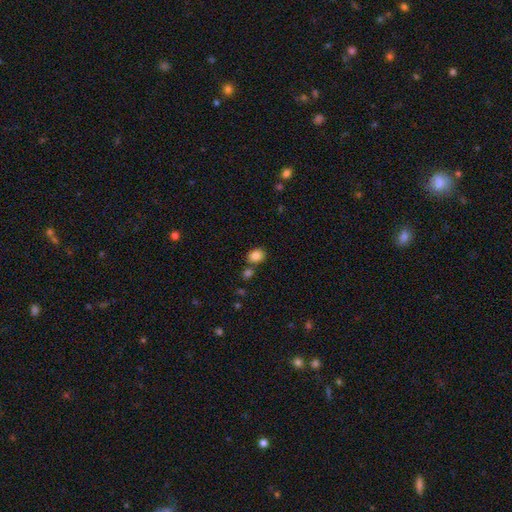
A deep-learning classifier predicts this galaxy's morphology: Smooth or featured?
  - smooth: 85% *
  - star or artifact: 10%
  - featured or disk: 6%
How rounded?
  - in between: 53% *
  - round: 46%
  - cigar-shaped: 1%
Merging?
  - none: 70% *
  - merger: 15%
  - minor disturbance: 11%
  - major disturbance: 3%